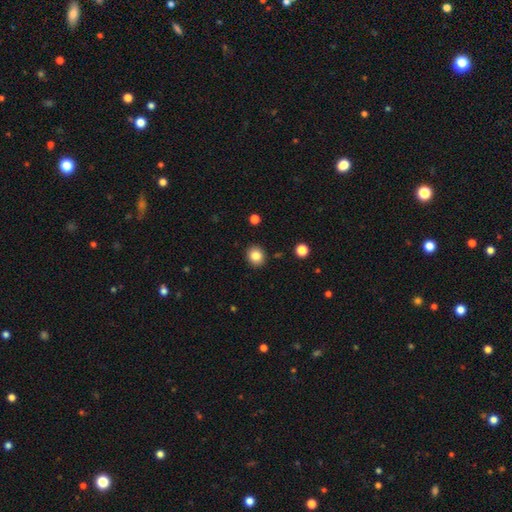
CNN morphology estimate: Smooth or featured? Predicted: smooth (p=0.84). How rounded? Predicted: round (p=0.78). Merging? Predicted: none (p=0.90).